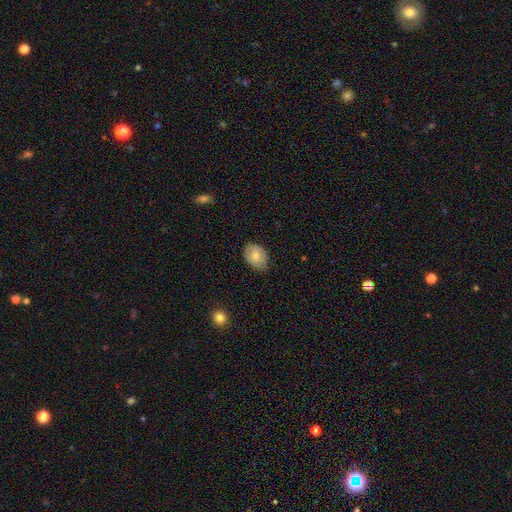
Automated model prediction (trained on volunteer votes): smooth_or_featured: smooth (p=0.73) [alt: featured or disk p=0.20]
how_rounded: in between (p=0.77) [alt: round p=0.22]
merging: none (p=0.74) [alt: minor disturbance p=0.22]